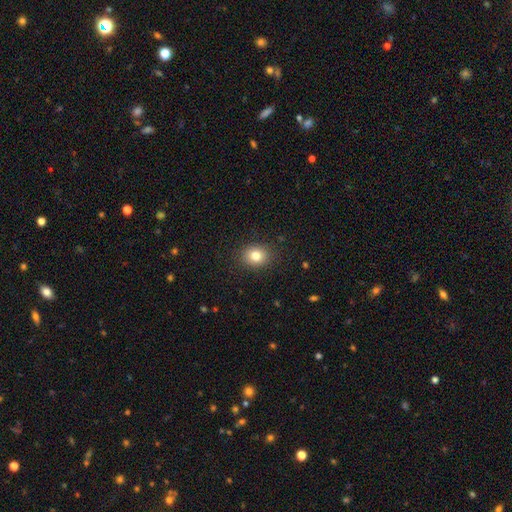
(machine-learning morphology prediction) A smooth galaxy with no disk features (81%) that is round (64%). Merging: none (88%).